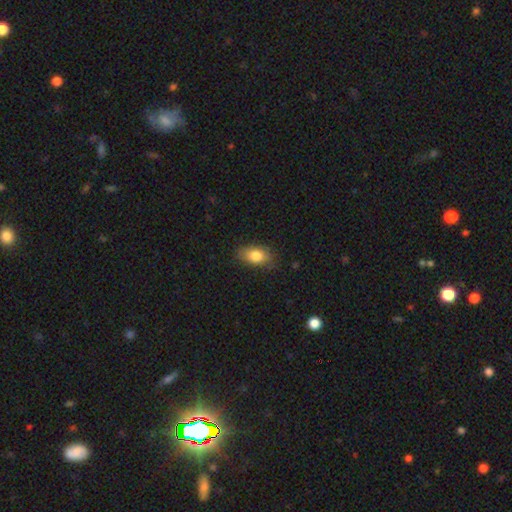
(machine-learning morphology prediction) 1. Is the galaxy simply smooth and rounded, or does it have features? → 81% smooth, 11% featured or disk, 8% star or artifact.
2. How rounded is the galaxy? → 89% in between, 8% round, 3% cigar-shaped.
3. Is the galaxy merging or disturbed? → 79% none, 17% minor disturbance, 3% major disturbance, 1% merger.